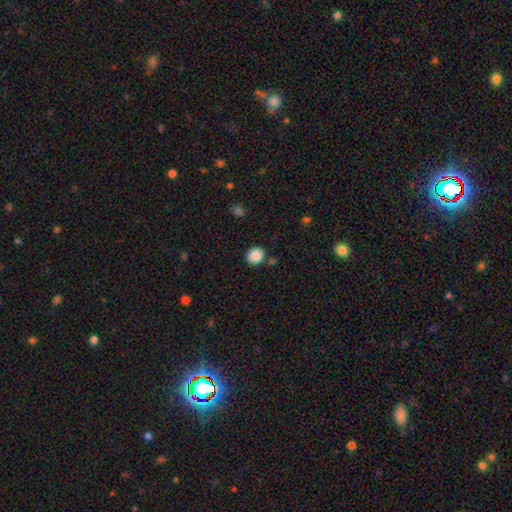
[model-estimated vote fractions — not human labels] This is clearly a smooth galaxy (86%). How rounded: likely round (75%). Merging: clearly none (83%).